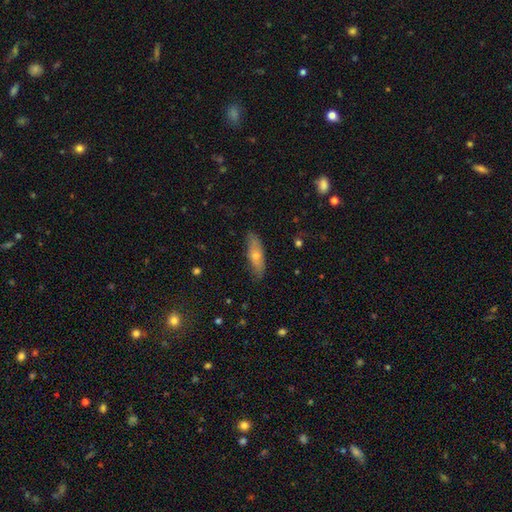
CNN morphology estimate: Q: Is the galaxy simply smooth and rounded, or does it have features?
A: smooth — 51%.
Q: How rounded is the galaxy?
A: cigar-shaped — 57%.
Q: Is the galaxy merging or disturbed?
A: none — 81%.